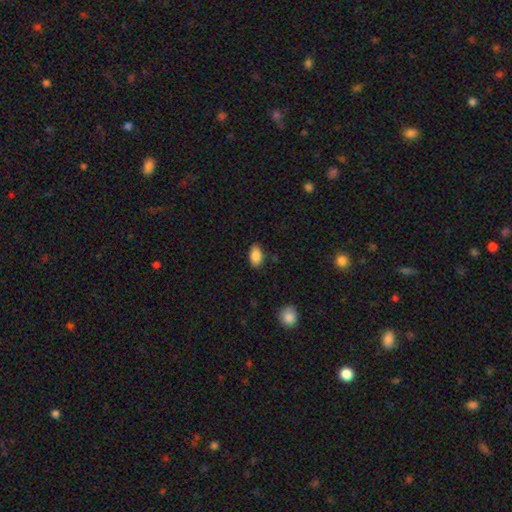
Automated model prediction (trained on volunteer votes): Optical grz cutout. It shows a smooth galaxy with no disk features (88%) that is in between round and cigar-shaped (93%). Merging: none (84%).